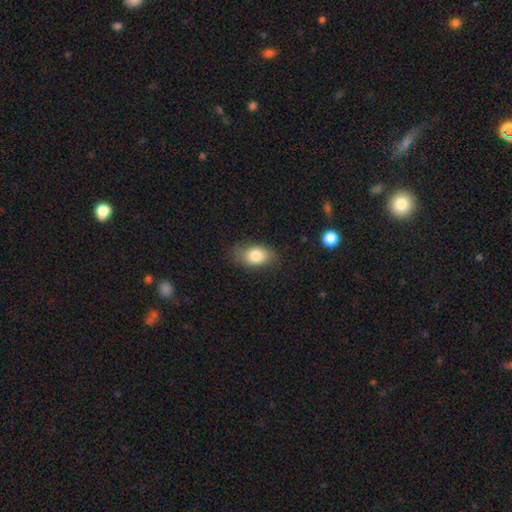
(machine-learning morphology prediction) smooth 80%, featured or disk 12%, star or artifact 8%. Down the decision tree: how rounded — in between (85%); merging — none (75%).